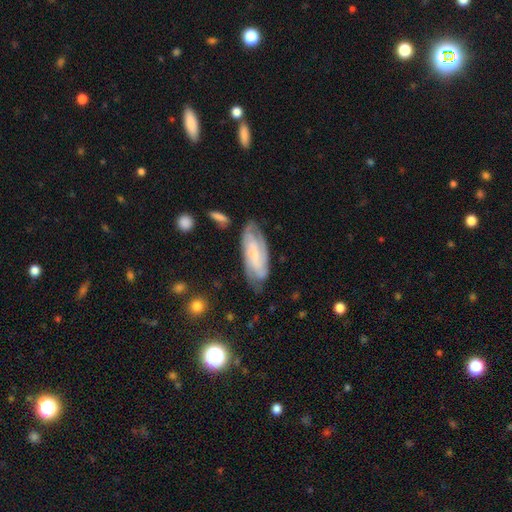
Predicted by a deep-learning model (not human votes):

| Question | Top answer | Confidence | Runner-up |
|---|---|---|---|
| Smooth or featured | featured or disk | 67% | smooth (25%) |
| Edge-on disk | no | 87% | yes (13%) |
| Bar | no | 44% | weak (39%) |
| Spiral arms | yes | 90% | no (10%) |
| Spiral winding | tight | 53% | medium (36%) |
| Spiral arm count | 2 | 45% | can't tell (34%) |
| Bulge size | small | 53% | none (23%) |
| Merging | none | 71% | minor disturbance (20%) |